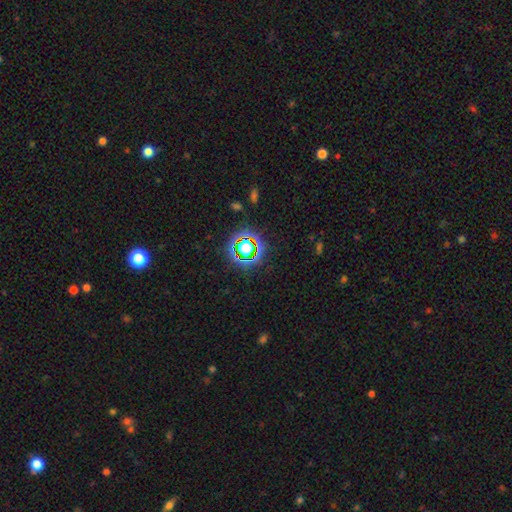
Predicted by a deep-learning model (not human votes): This appears to be a star or artifact, not a galaxy (77%).